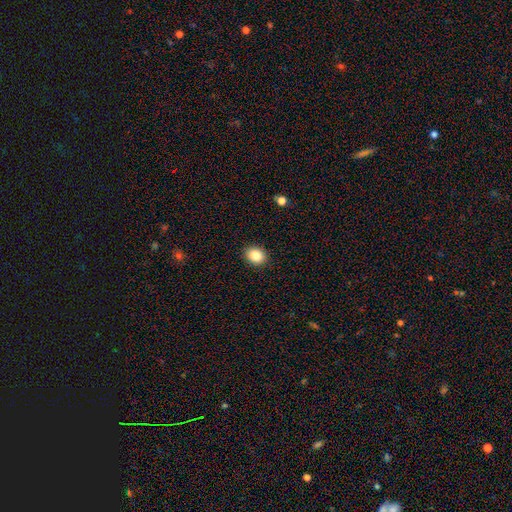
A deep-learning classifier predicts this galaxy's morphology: A smooth galaxy with no disk features (86%) that is in between round and cigar-shaped (52%).

Vote fractions:
- Smooth or featured? smooth: 86% / star or artifact: 9% / featured or disk: 5%
- How rounded? in between: 52% / round: 47% / cigar-shaped: 1%
- Merging? none: 90% / minor disturbance: 7% / major disturbance: 2% / merger: 1%